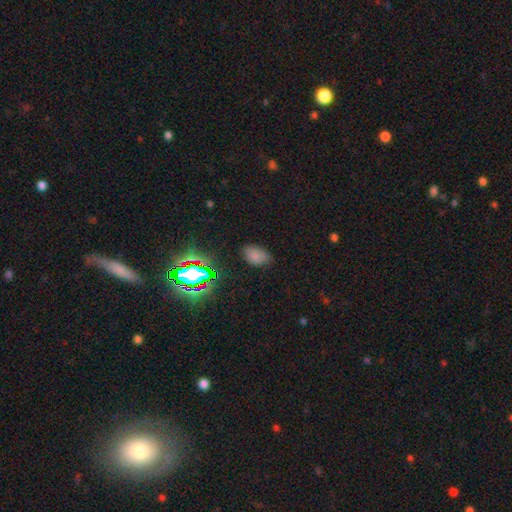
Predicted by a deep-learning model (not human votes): Morphology: type=smooth (72%); roundness=in between (87%); merging=none (75%).